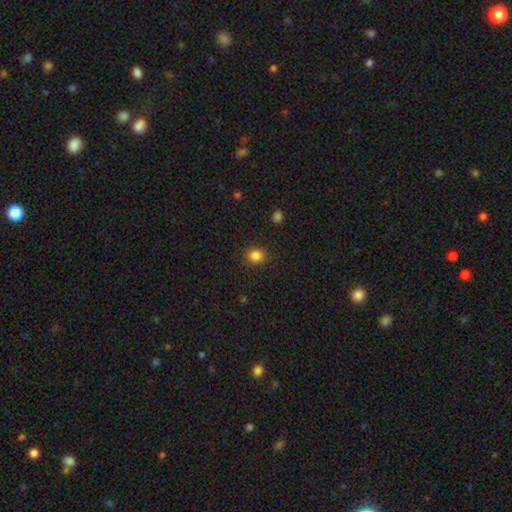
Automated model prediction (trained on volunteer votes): The model was most divided on "how rounded": round: 83%, in between: 17%, cigar-shaped: 1%. More confident: merging — none (89%); smooth or featured — smooth (84%).